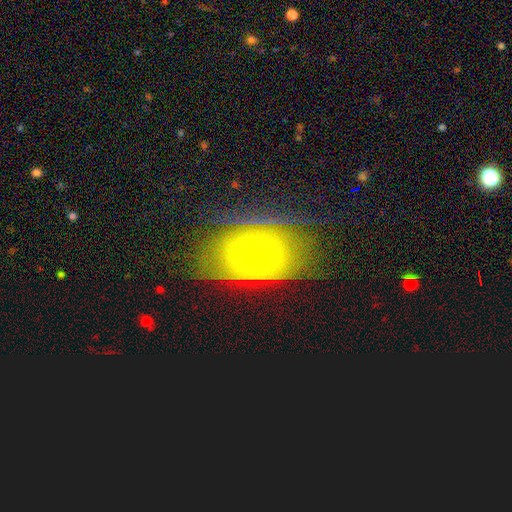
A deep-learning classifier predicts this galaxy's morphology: Smooth or featured?
  - featured or disk: 50% *
  - smooth: 38%
  - star or artifact: 12%
Edge-on disk?
  - no: 86% *
  - yes: 14%
Merging?
  - none: 63% *
  - minor disturbance: 22%
  - major disturbance: 14%
  - merger: 2%